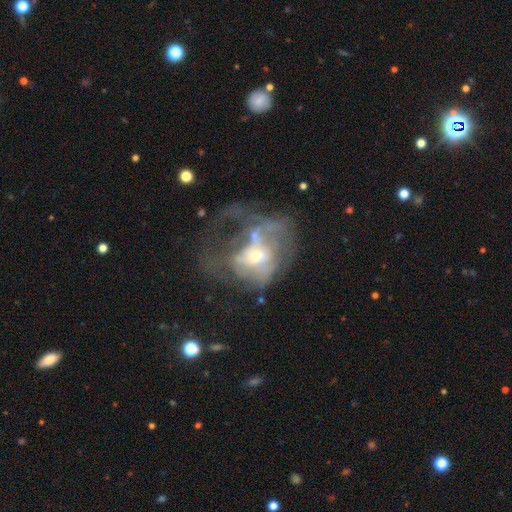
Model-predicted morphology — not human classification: Smooth or featured? featured or disk (65%)
Edge-on disk? no (96%)
Bar? no (67%)
Spiral arms? no (66%)
Bulge size? moderate (46%)
Merging? major disturbance (55%)